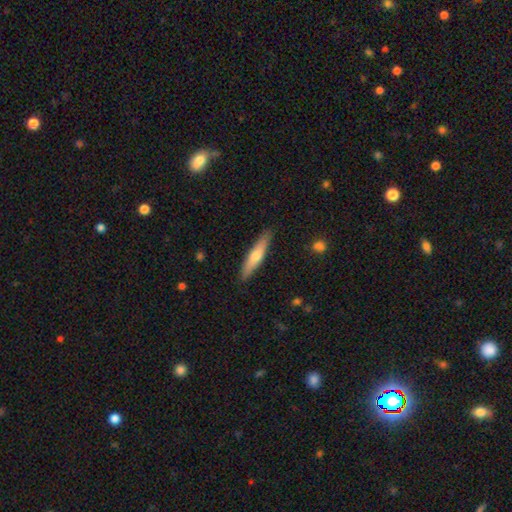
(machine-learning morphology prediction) A smooth galaxy with no disk features (57%) that is cigar-shaped (84%). Merging: none (88%).